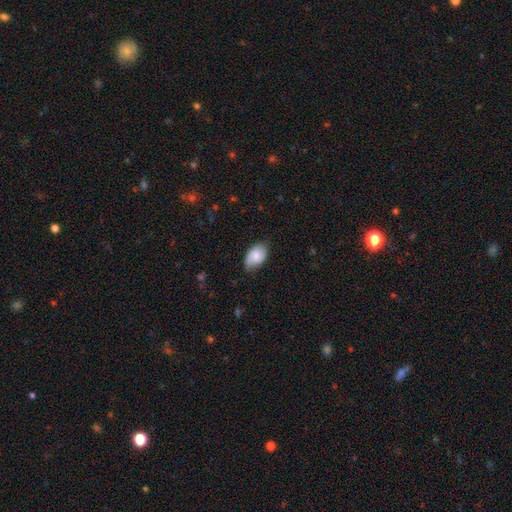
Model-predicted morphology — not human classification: smooth_or_featured: smooth (p=0.74) [alt: featured or disk p=0.19]
how_rounded: in between (p=0.92) [alt: round p=0.07]
merging: none (p=0.67) [alt: minor disturbance p=0.27]